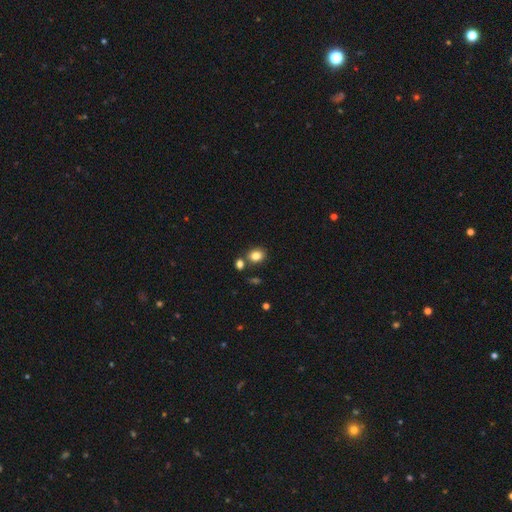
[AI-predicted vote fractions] Smooth or featured? Predicted: smooth (p=0.82). How rounded? Predicted: round (p=0.57). Merging? Predicted: none (p=0.74).